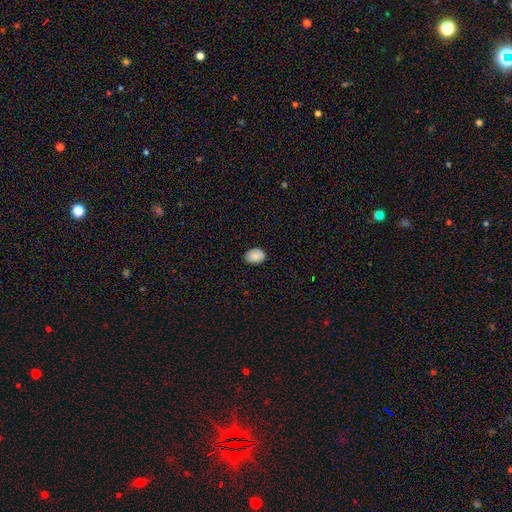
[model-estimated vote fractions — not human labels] Smooth or featured? smooth (87%)
How rounded? in between (70%)
Merging? none (86%)